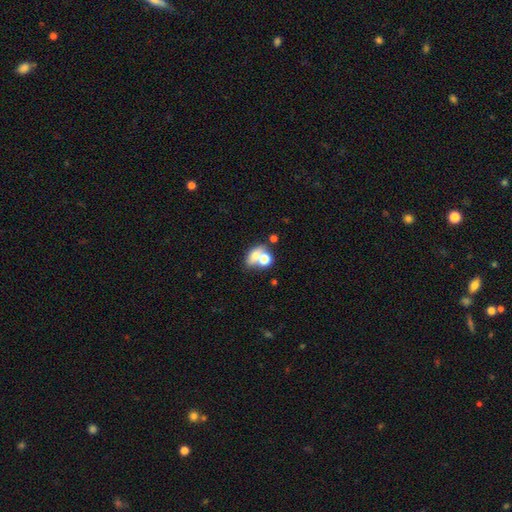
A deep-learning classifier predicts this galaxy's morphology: Smooth or featured?
  - smooth: 66% *
  - featured or disk: 21%
  - star or artifact: 13%
How rounded?
  - in between: 64% *
  - round: 34%
  - cigar-shaped: 2%
Merging?
  - merger: 52% *
  - none: 31%
  - minor disturbance: 10%
  - major disturbance: 7%